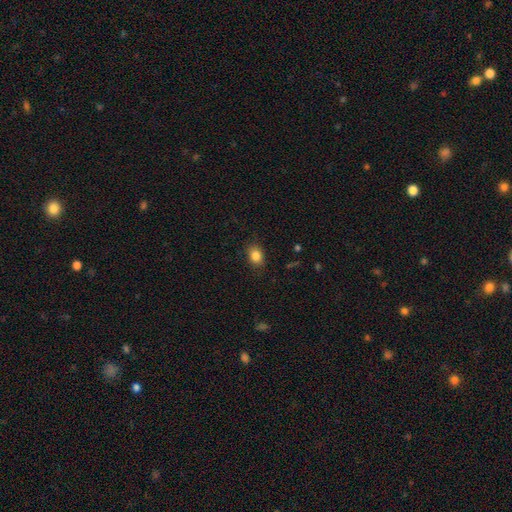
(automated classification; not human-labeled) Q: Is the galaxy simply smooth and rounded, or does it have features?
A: smooth — 85%.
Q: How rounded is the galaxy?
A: in between — 67%.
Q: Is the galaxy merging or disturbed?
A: none — 85%.